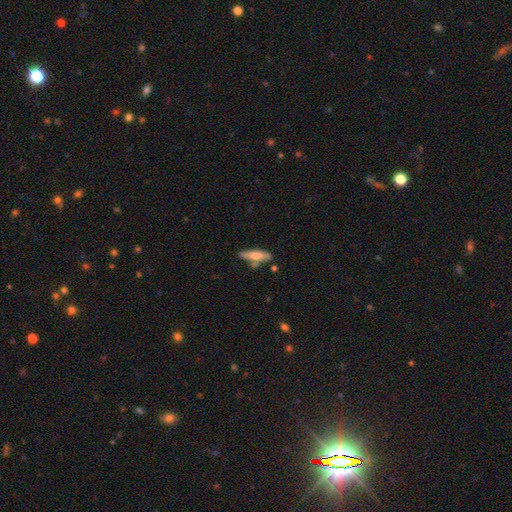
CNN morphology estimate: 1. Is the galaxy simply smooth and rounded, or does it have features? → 66% smooth, 28% featured or disk, 6% star or artifact.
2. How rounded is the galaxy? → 67% cigar-shaped, 31% in between, 2% round.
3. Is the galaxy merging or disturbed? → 65% none, 19% minor disturbance, 11% merger, 5% major disturbance.